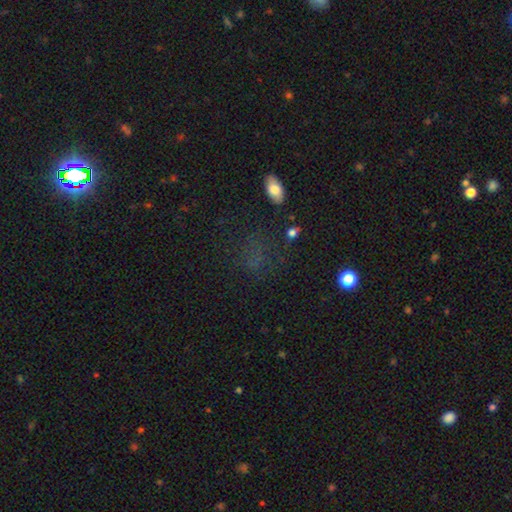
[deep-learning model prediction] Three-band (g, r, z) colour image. It shows a smooth galaxy with no disk features (47%). Merging: none (62%).